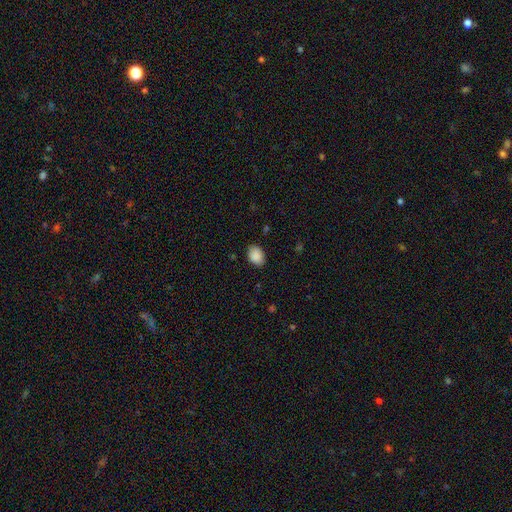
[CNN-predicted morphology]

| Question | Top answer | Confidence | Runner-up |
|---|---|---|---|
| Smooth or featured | smooth | 90% | star or artifact (7%) |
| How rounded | in between | 73% | round (26%) |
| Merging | none | 86% | minor disturbance (11%) |